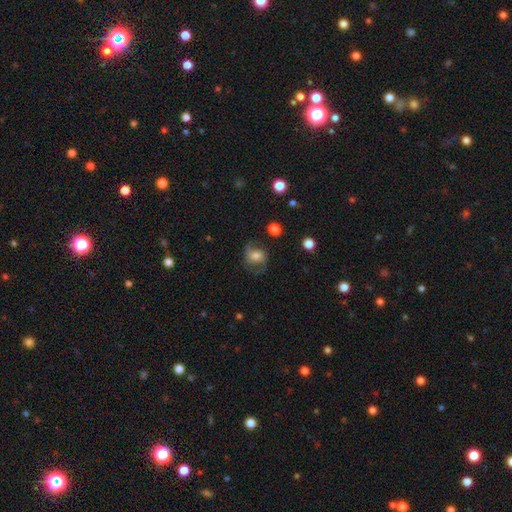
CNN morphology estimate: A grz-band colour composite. It shows a featured or disk galaxy (58%) with no bar (62%), 2 (86%) loose (48%) spiral arms (89%) and a moderate central bulge (53%). Merging: none (65%).